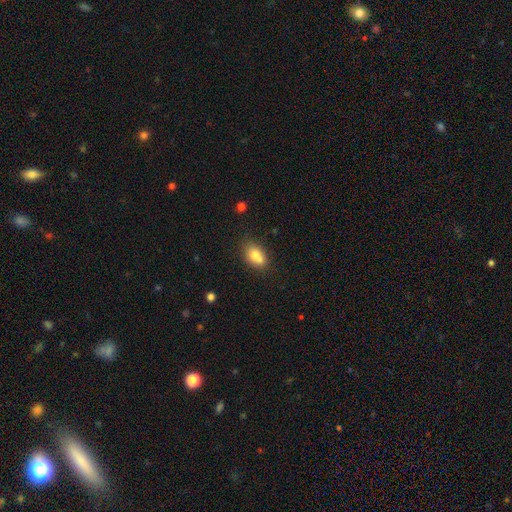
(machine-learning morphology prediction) The model was most divided on "merging": none: 47%, merger: 33%, minor disturbance: 15%, major disturbance: 4%. More confident: how rounded — in between (77%); smooth or featured — smooth (76%).